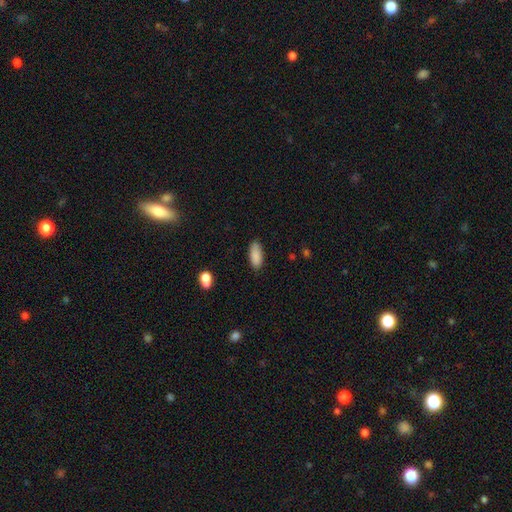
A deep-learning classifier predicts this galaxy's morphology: Smooth or featured? smooth (89%)
How rounded? in between (83%)
Merging? none (85%)